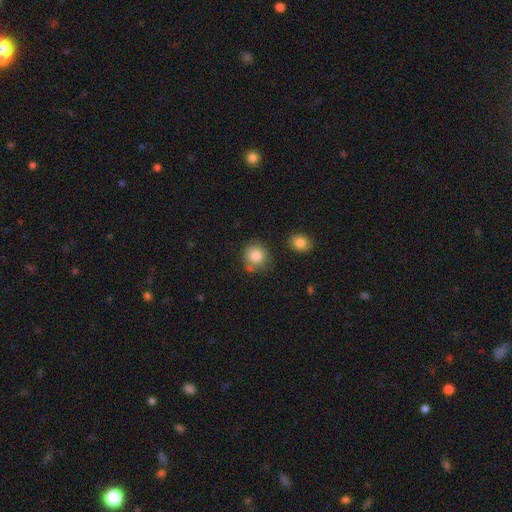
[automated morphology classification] smooth_or_featured: smooth (p=0.84) [alt: star or artifact p=0.09]
how_rounded: round (p=0.88) [alt: in between p=0.11]
merging: none (p=0.73) [alt: minor disturbance p=0.17]